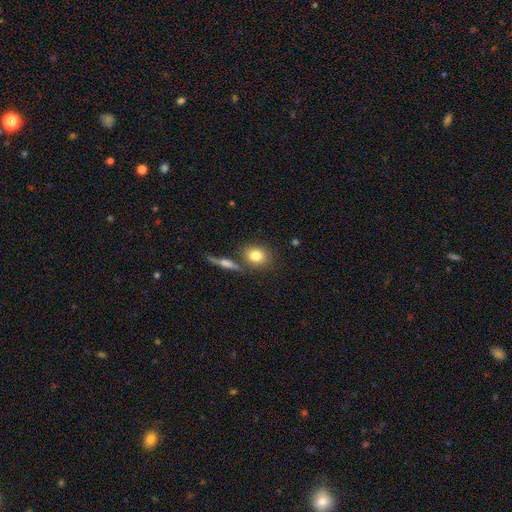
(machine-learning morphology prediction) A smooth galaxy with no disk features (80%) that is round (60%). Merging: none (71%).